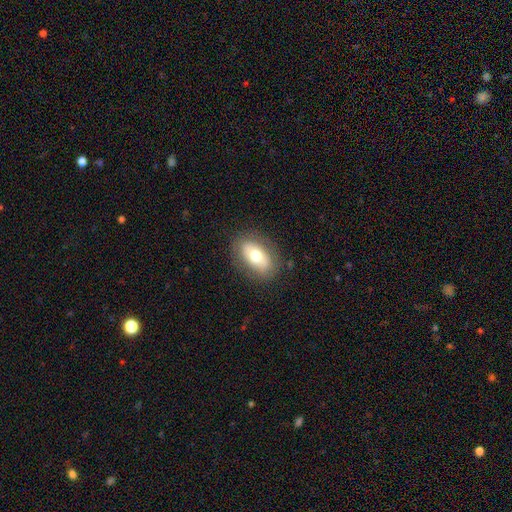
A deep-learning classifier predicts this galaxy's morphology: smooth 66%, featured or disk 26%, star or artifact 7%. Down the decision tree: how rounded — in between (89%); merging — none (82%).